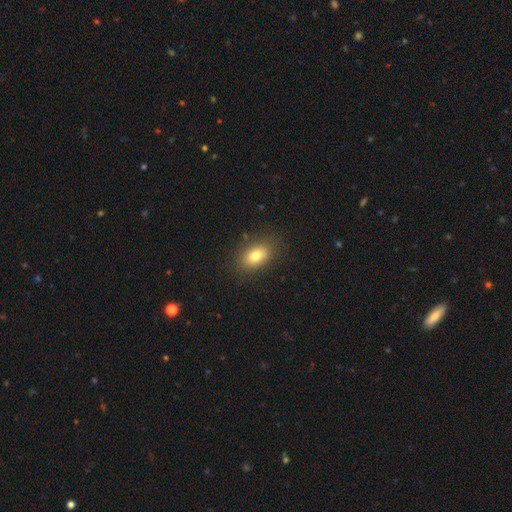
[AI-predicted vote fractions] smooth_or_featured: smooth (p=0.79) [alt: featured or disk p=0.11]
how_rounded: in between (p=0.85) [alt: round p=0.13]
merging: none (p=0.83) [alt: minor disturbance p=0.12]